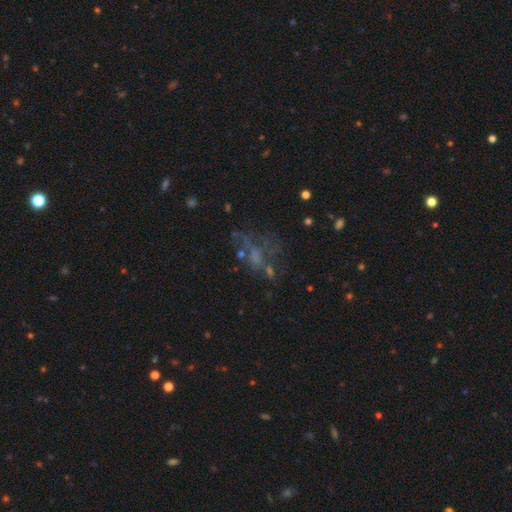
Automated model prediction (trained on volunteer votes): featured or disk 44%, star or artifact 32%, smooth 24%. Down the decision tree: merging — none (41%).